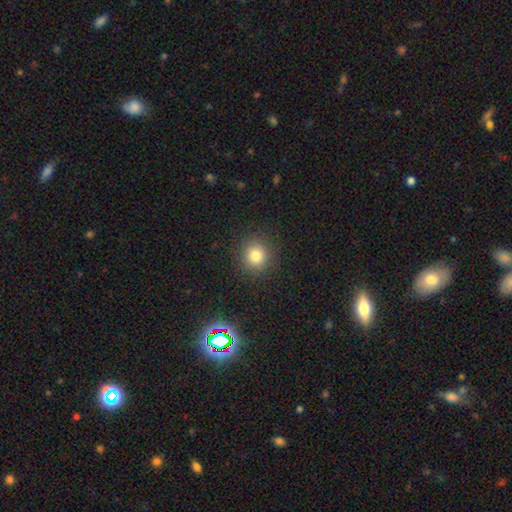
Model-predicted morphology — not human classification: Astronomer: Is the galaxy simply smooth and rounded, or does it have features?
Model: smooth — 80%.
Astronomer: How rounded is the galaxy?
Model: round — 89%.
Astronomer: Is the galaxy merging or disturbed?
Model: none — 90%.